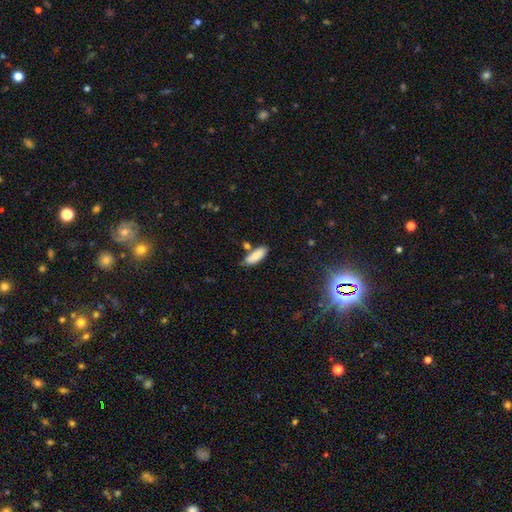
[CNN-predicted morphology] Smooth or featured? Predicted: smooth (p=0.83). How rounded? Predicted: in between (p=0.75). Merging? Predicted: none (p=0.67).